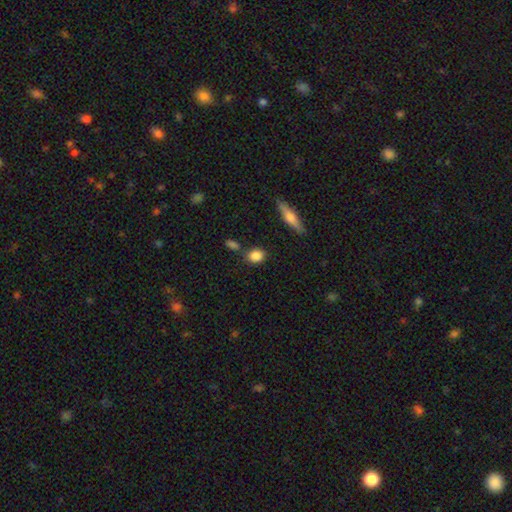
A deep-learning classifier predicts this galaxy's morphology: The model was most divided on "how rounded": round: 54%, in between: 42%, cigar-shaped: 4%. More confident: smooth or featured — smooth (85%); merging — none (76%).